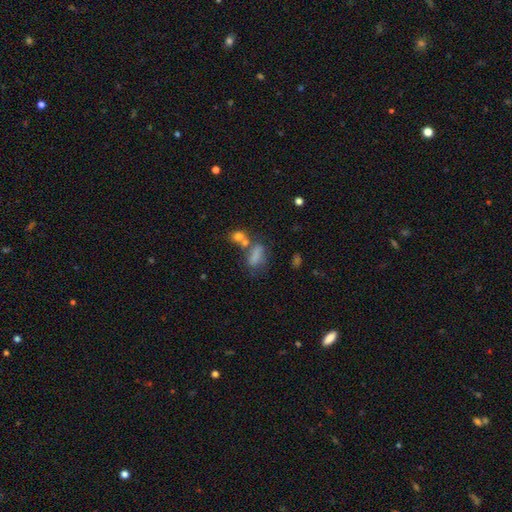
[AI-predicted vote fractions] Overall: smooth (71%). How rounded: in between (71%). Merging: none (37%; merger 28%).